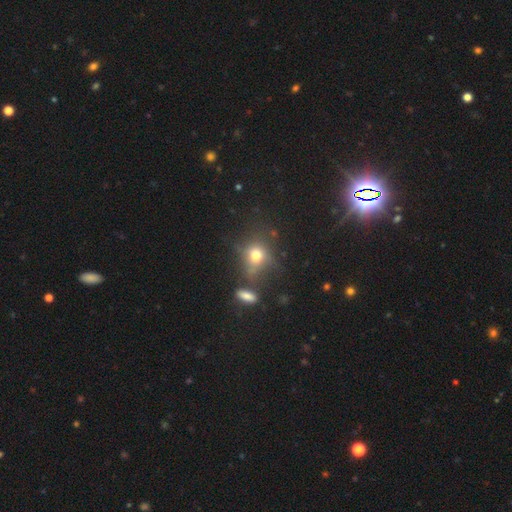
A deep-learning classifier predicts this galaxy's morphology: The model was most divided on "merging": none: 54%, minor disturbance: 17%, merger: 16%, major disturbance: 12%. More confident: smooth or featured — smooth (72%); how rounded — round (69%).